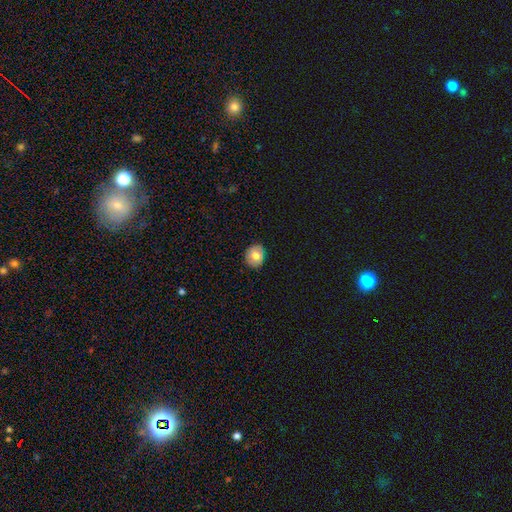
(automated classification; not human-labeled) Smooth or featured? Predicted: smooth (p=0.76). How rounded? Predicted: round (p=0.68). Merging? Predicted: none (p=0.83).